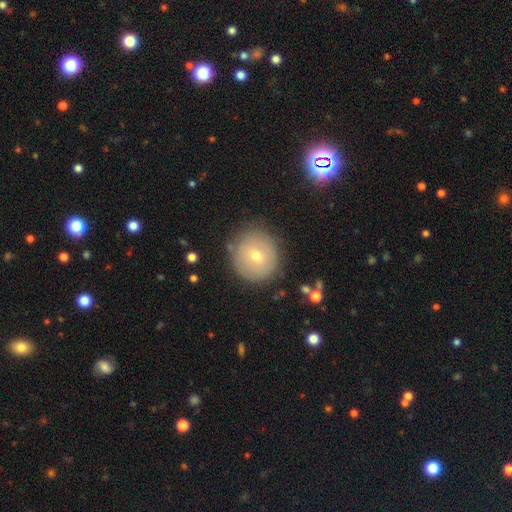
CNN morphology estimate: Smooth or featured?
  - smooth: 58% *
  - featured or disk: 31%
  - star or artifact: 11%
How rounded?
  - round: 91% *
  - in between: 8%
  - cigar-shaped: 1%
Merging?
  - none: 83% *
  - minor disturbance: 12%
  - major disturbance: 4%
  - merger: 2%